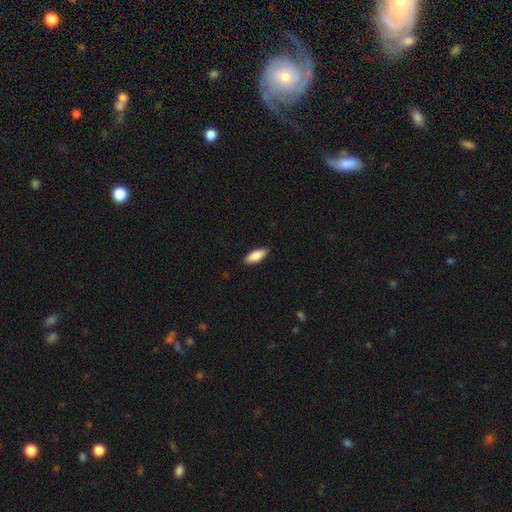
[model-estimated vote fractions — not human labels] Smooth or featured: smooth — 81% (featured or disk — 14%)
How rounded: in between — 73% (cigar-shaped — 25%)
Merging: none — 89% (minor disturbance — 9%)